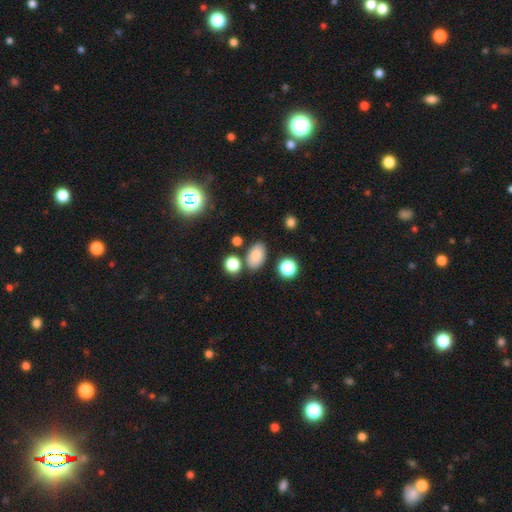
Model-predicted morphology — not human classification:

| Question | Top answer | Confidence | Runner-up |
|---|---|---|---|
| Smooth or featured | smooth | 82% | star or artifact (11%) |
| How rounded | in between | 89% | round (9%) |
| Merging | none | 78% | minor disturbance (11%) |